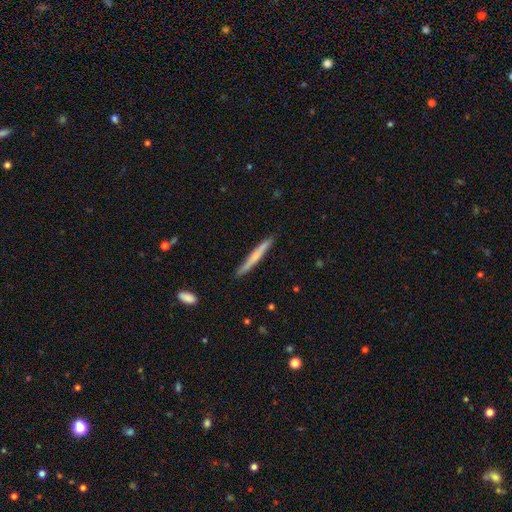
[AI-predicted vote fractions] This appears to be a smooth galaxy with no disk features (55%) that is cigar-shaped (96%). Merging: none (87%).